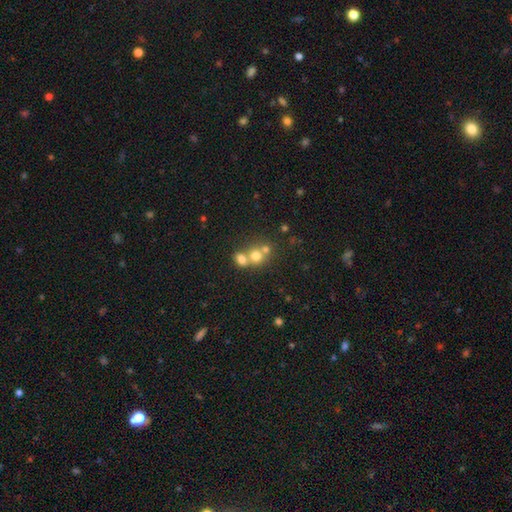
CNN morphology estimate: type=smooth (67%); roundness=round (76%); merging=merger (58%).